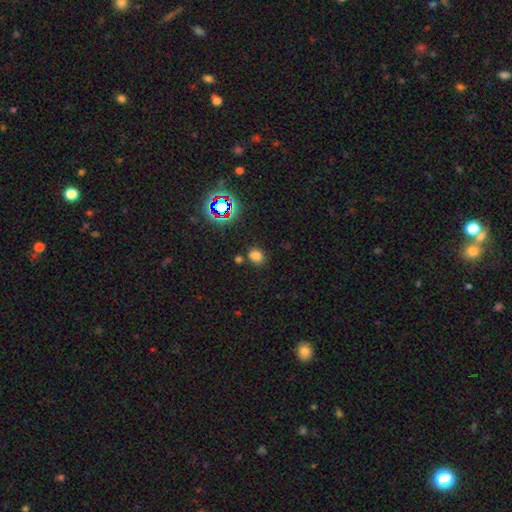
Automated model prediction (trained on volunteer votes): The model was most divided on "how rounded": round: 59%, in between: 40%, cigar-shaped: 1%. More confident: merging — none (75%); smooth or featured — smooth (72%).